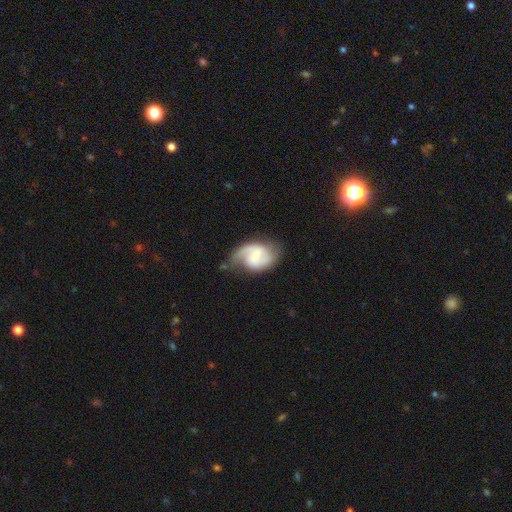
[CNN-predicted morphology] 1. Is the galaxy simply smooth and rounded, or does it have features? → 73% featured or disk, 21% smooth, 6% star or artifact.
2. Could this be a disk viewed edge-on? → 97% no, 3% yes.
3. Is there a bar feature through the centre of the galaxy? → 55% weak, 24% no, 21% strong.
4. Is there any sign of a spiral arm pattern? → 92% yes, 8% no.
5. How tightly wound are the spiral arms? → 46% medium, 35% loose, 19% tight.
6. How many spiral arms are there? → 72% 2, 18% 1, 7% can't tell, 1% 3, 1% 4, 1% more than 4.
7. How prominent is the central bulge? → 42% small, 29% moderate, 21% none, 6% large, 2% dominant.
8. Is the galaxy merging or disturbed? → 52% none, 29% minor disturbance, 17% major disturbance, 3% merger.